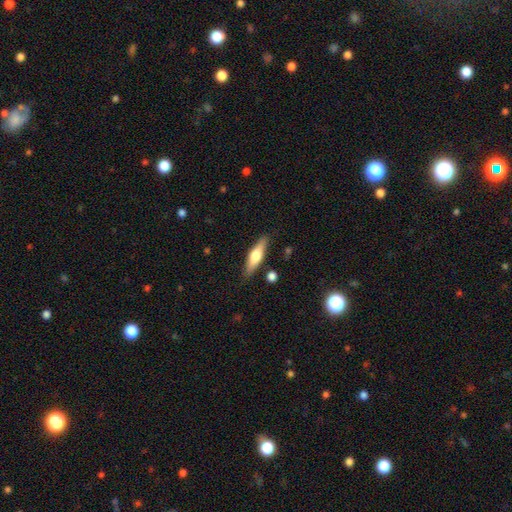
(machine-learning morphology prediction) smooth_or_featured: smooth (p=0.54) [alt: featured or disk p=0.40]
how_rounded: cigar-shaped (p=0.66) [alt: in between p=0.32]
merging: none (p=0.84) [alt: minor disturbance p=0.11]